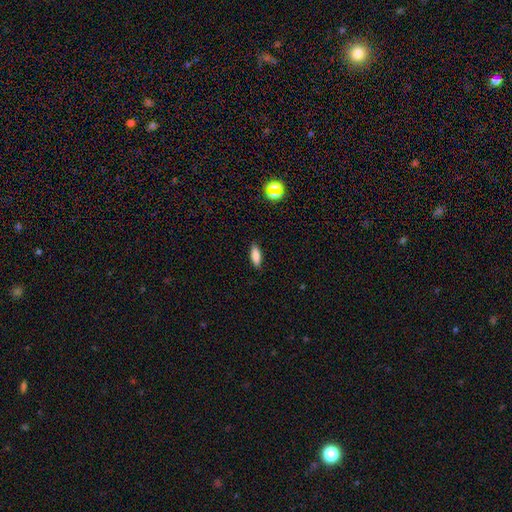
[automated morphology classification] Smooth or featured: smooth — 82% (featured or disk — 9%)
How rounded: in between — 69% (cigar-shaped — 28%)
Merging: none — 88% (minor disturbance — 9%)